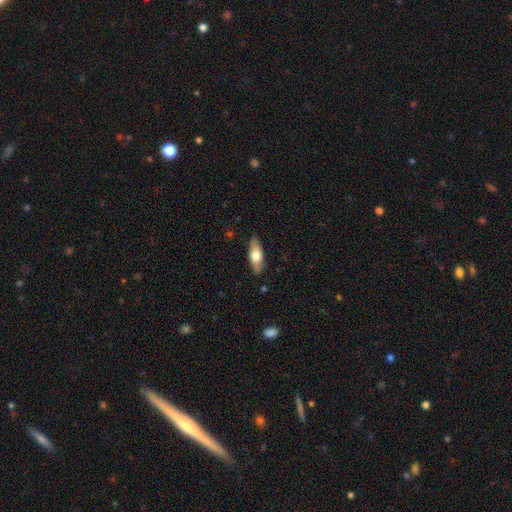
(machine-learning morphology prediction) smooth 61%, featured or disk 34%, star or artifact 6%. Down the decision tree: how rounded — in between (65%); merging — none (85%).